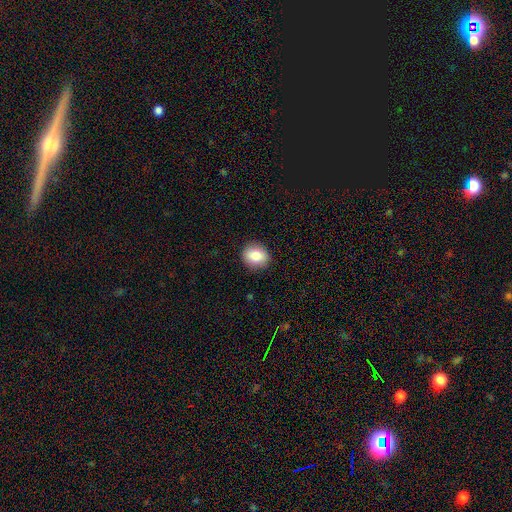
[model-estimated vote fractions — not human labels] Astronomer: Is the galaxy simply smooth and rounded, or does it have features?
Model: smooth — 83%.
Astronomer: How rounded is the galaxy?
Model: round — 67%.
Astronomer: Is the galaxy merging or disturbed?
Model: none — 89%.